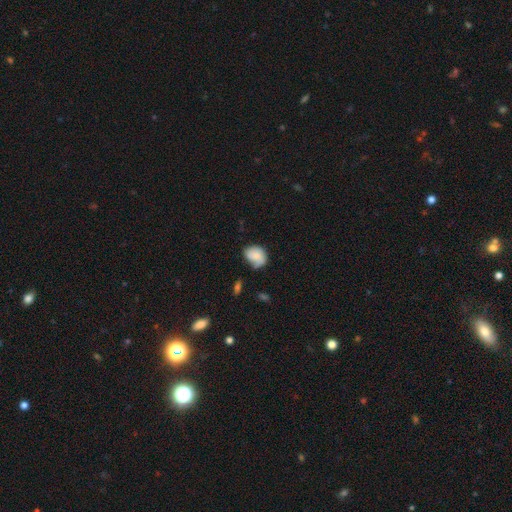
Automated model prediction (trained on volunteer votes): Morphology: type=smooth (73%); roundness=in between (58%); merging=none (45%).